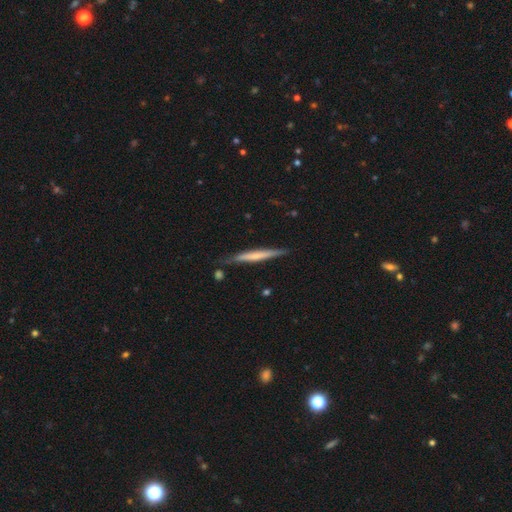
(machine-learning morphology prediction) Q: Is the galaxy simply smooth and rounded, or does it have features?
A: smooth — 48%.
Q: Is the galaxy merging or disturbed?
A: none — 78%.